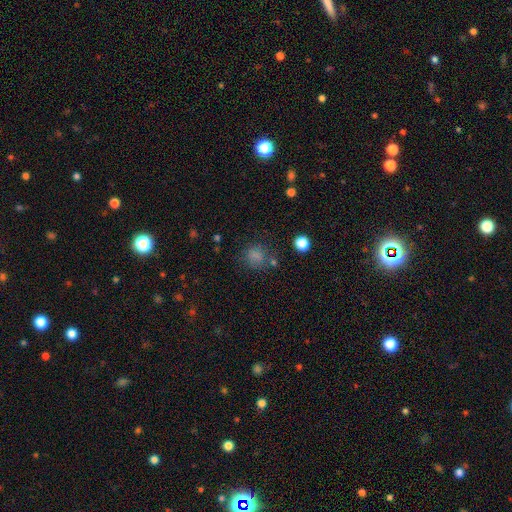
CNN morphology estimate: The model was most divided on "merging": none: 70%, minor disturbance: 16%, major disturbance: 8%, merger: 5%. More confident: how rounded — round (78%); smooth or featured — smooth (77%).